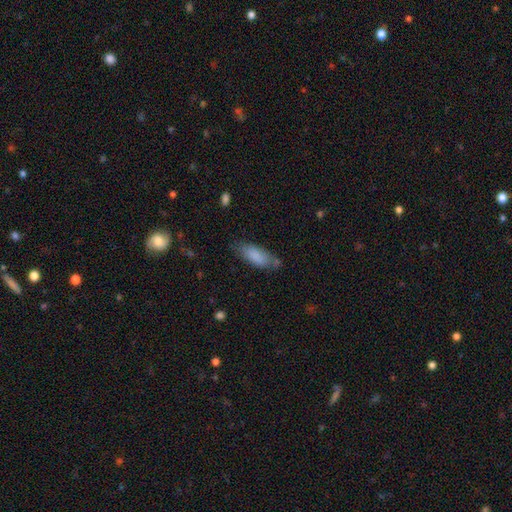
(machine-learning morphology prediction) This is clearly a smooth galaxy (84%). How rounded: likely in between (75%). Merging: likely none (65%).